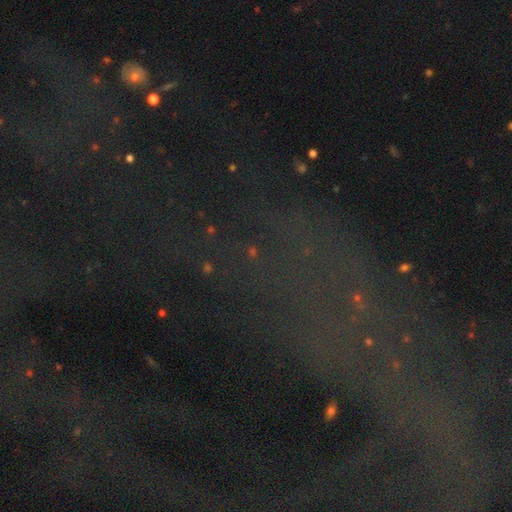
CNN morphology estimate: Smooth or featured? Predicted: star or artifact (p=0.73).